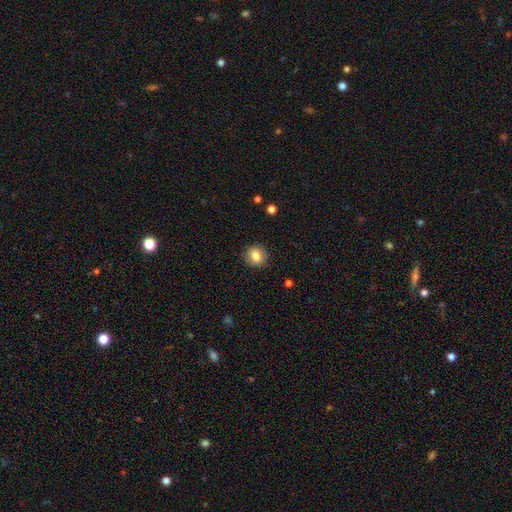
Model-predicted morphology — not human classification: Smooth or featured: smooth — 83% (star or artifact — 9%)
How rounded: round — 76% (in between — 23%)
Merging: none — 88% (minor disturbance — 9%)